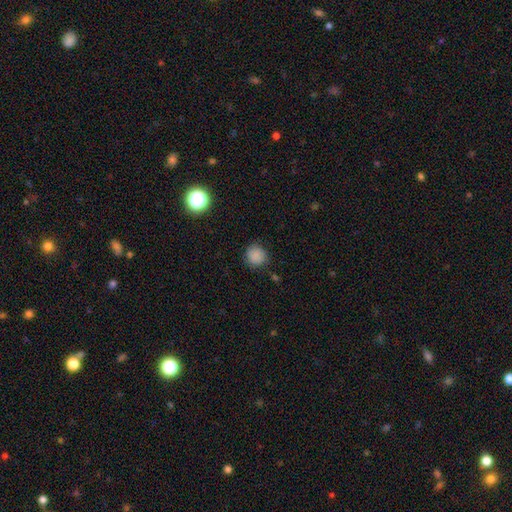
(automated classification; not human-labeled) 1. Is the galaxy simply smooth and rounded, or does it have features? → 85% smooth, 11% star or artifact, 4% featured or disk.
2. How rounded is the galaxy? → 89% round, 10% in between, 1% cigar-shaped.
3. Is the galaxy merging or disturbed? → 82% none, 13% minor disturbance, 3% major disturbance, 2% merger.